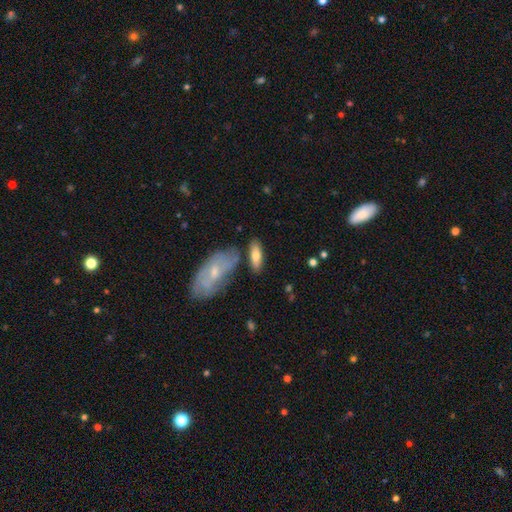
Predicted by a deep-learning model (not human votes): Smooth or featured? smooth (72%)
How rounded? in between (68%)
Merging? none (69%)